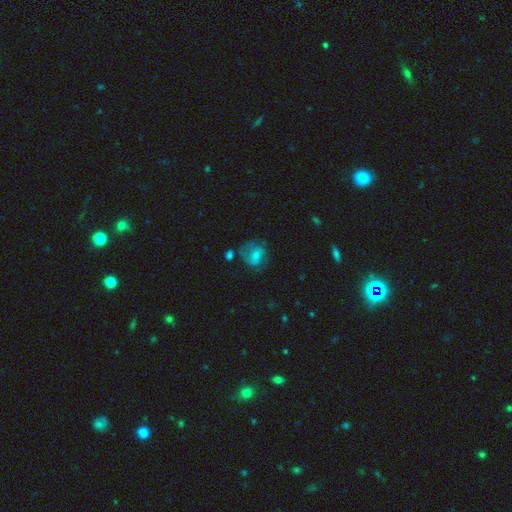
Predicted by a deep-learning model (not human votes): A smooth galaxy with no disk features (54%) that is round (68%).

Vote fractions:
- Smooth or featured? smooth: 54% / featured or disk: 35% / star or artifact: 11%
- How rounded? round: 68% / in between: 31% / cigar-shaped: 1%
- Merging? none: 47% / minor disturbance: 27% / major disturbance: 20% / merger: 6%